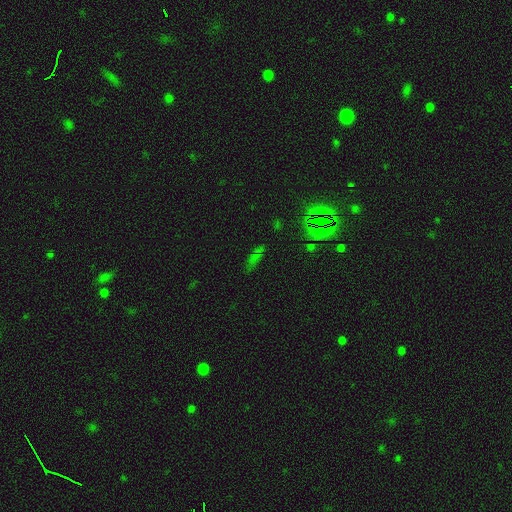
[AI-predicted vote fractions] Morphology: type=star or artifact (48%).